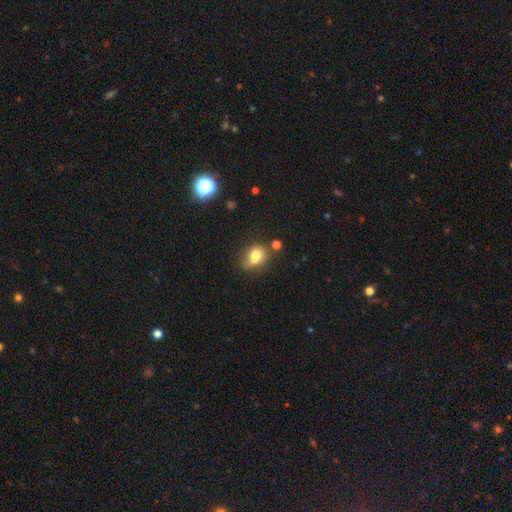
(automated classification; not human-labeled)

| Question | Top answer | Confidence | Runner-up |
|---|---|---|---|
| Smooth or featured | smooth | 71% | featured or disk (18%) |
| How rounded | in between | 56% | round (42%) |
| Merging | none | 38% | merger (28%) |